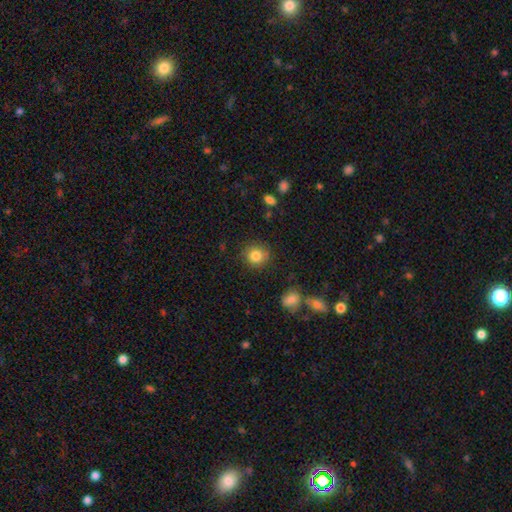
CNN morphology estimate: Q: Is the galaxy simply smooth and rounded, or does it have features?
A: smooth — 83%.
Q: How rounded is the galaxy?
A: round — 89%.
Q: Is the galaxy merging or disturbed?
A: none — 85%.